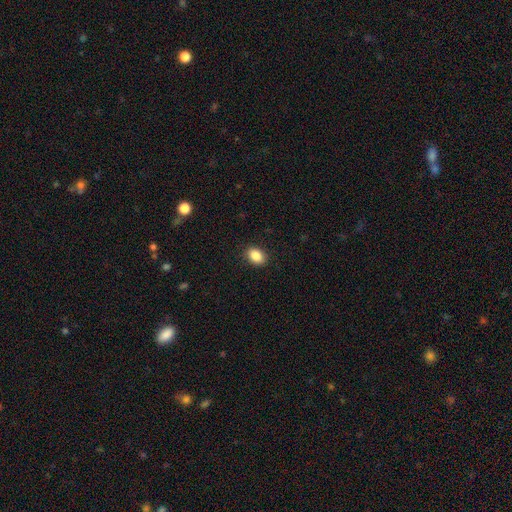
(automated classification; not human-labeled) smooth-or-featured: smooth: 88% | star or artifact: 8% | featured or disk: 4%
  how-rounded: in between: 77% | round: 22% | cigar-shaped: 1%
  merging: none: 89% | minor disturbance: 8% | major disturbance: 2% | merger: 1%